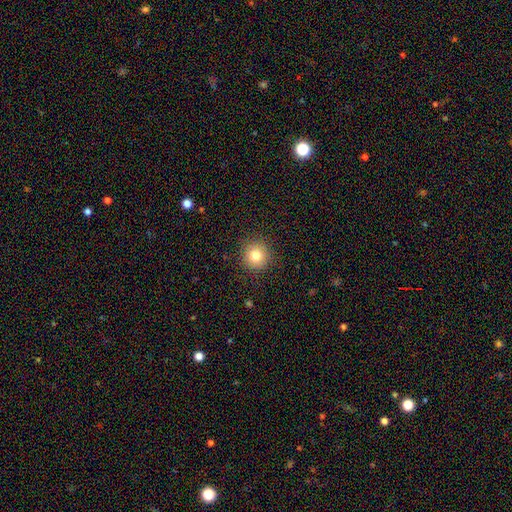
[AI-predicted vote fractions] smooth 80%, star or artifact 12%, featured or disk 8%. Down the decision tree: how rounded — round (94%); merging — none (91%).